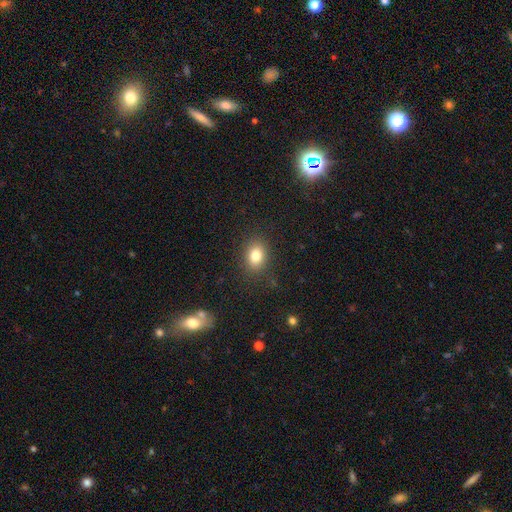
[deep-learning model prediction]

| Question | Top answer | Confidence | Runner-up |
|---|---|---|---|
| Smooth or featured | smooth | 81% | star or artifact (11%) |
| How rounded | in between | 62% | round (37%) |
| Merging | none | 85% | minor disturbance (10%) |